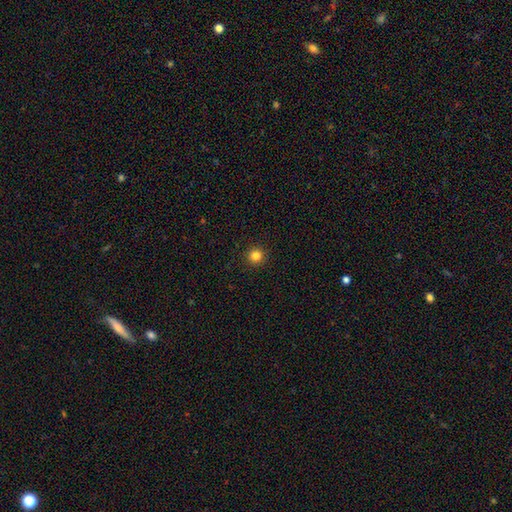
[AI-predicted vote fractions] Smooth or featured?
  - smooth: 83% *
  - star or artifact: 13%
  - featured or disk: 4%
How rounded?
  - round: 96% *
  - in between: 3%
  - cigar-shaped: 1%
Merging?
  - none: 93% *
  - minor disturbance: 4%
  - major disturbance: 2%
  - merger: 1%